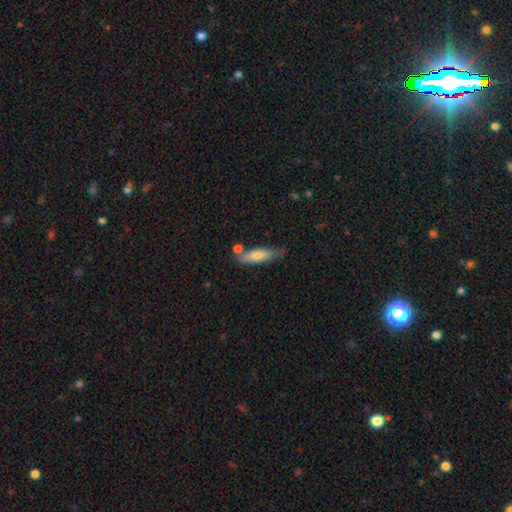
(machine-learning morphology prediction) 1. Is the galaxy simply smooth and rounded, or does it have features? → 63% smooth, 30% featured or disk, 7% star or artifact.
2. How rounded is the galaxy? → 67% cigar-shaped, 31% in between, 2% round.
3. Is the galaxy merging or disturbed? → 72% none, 17% minor disturbance, 7% merger, 3% major disturbance.